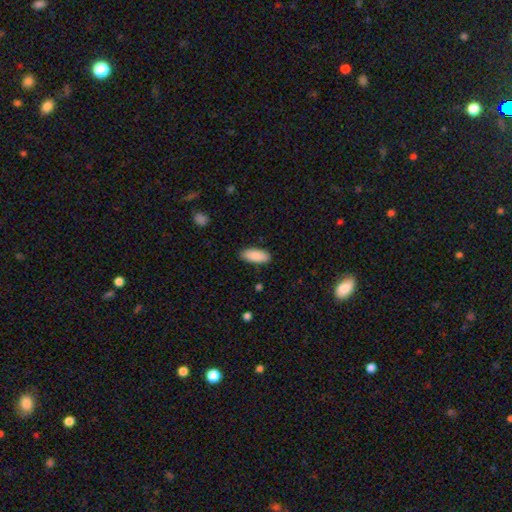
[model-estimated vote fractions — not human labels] The model was most divided on "how rounded": in between: 84%, cigar-shaped: 14%, round: 2%. More confident: smooth or featured — smooth (90%); merging — none (87%).